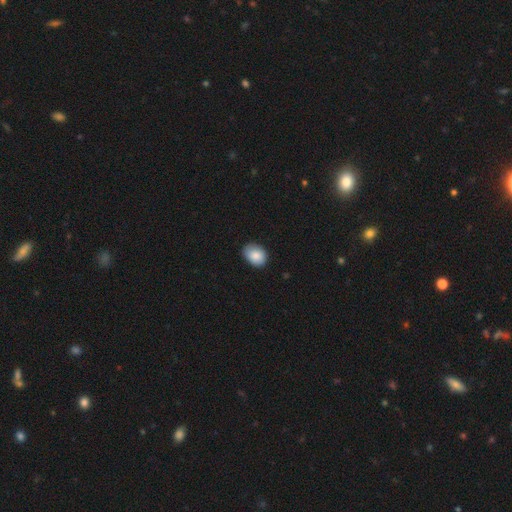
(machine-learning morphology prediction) smooth 87%, star or artifact 7%, featured or disk 6%. Down the decision tree: how rounded — in between (70%); merging — none (78%).